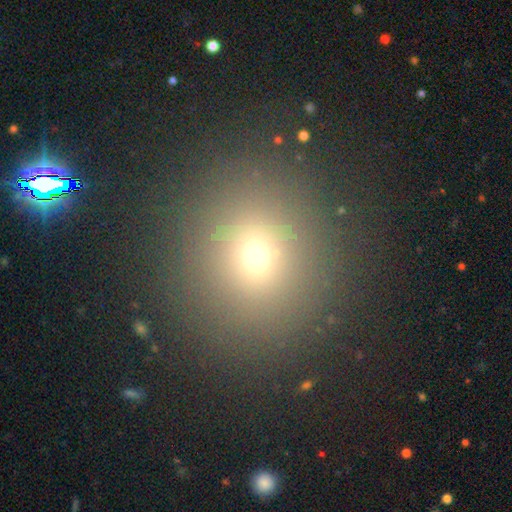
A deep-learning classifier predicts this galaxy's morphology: Overall: smooth (67%). How rounded: round (89%). Merging: none (89%).